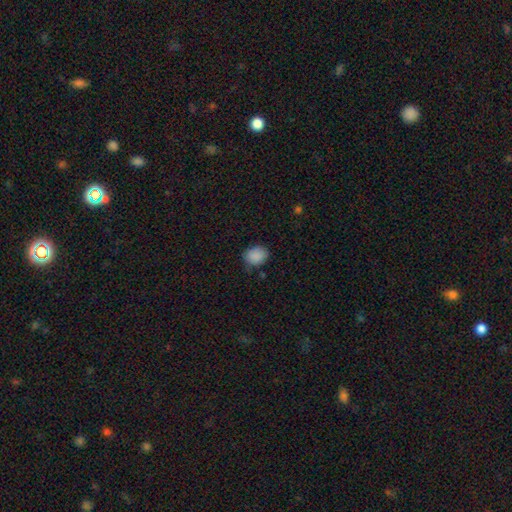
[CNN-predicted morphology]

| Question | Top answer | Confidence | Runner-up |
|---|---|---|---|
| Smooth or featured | smooth | 88% | star or artifact (8%) |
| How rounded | round | 52% | in between (47%) |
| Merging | none | 78% | minor disturbance (17%) |